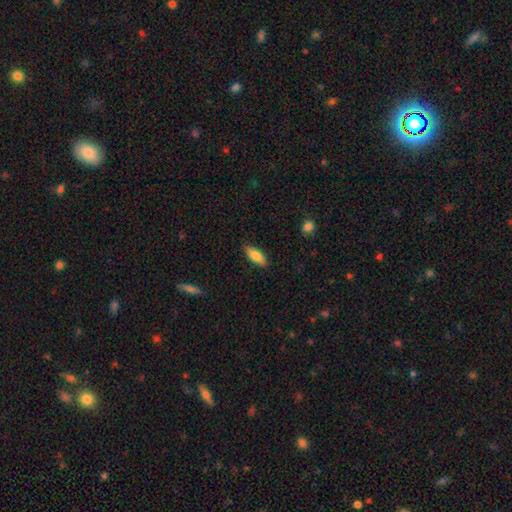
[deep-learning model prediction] A smooth galaxy with no disk features (82%) that is in between round and cigar-shaped (74%).

Vote fractions:
- Smooth or featured? smooth: 82% / featured or disk: 12% / star or artifact: 6%
- How rounded? in between: 74% / cigar-shaped: 24% / round: 2%
- Merging? none: 85% / minor disturbance: 11% / major disturbance: 2% / merger: 1%